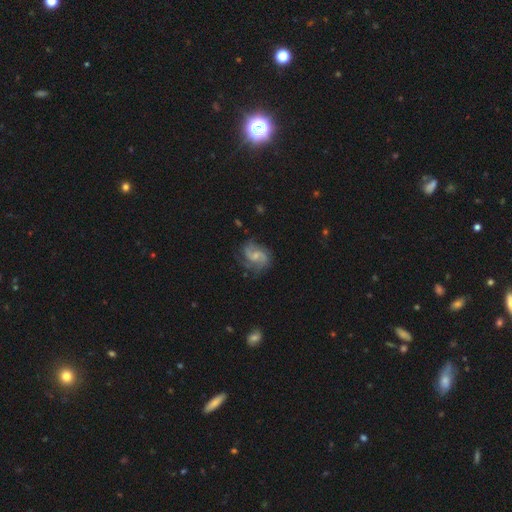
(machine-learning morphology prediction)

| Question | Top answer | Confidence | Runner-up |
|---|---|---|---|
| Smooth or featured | featured or disk | 79% | smooth (14%) |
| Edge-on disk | no | 98% | yes (2%) |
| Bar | no | 49% | weak (44%) |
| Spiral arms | yes | 95% | no (5%) |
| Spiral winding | medium | 50% | loose (31%) |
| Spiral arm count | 2 | 72% | can't tell (10%) |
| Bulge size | small | 58% | moderate (29%) |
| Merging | none | 69% | minor disturbance (20%) |